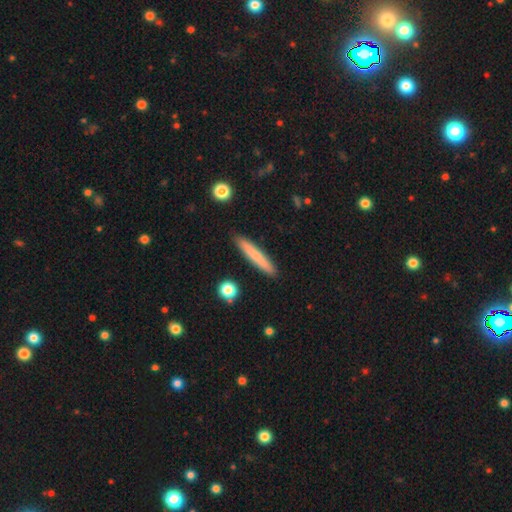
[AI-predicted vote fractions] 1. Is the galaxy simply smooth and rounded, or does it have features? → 72% smooth, 22% featured or disk, 6% star or artifact.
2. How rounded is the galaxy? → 94% cigar-shaped, 5% in between, 1% round.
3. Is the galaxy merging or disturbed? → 91% none, 6% minor disturbance, 1% major disturbance, 1% merger.